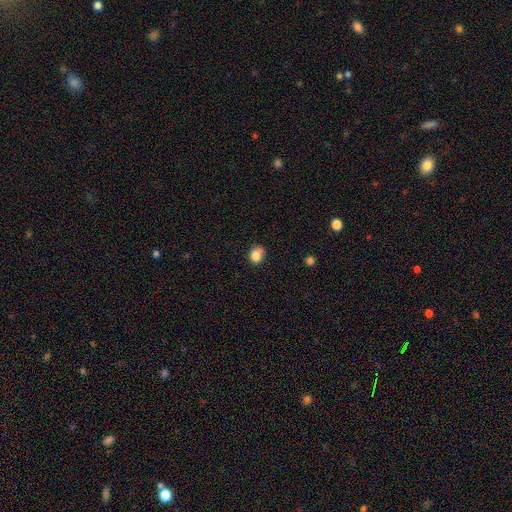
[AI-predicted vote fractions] smooth-or-featured: smooth: 83% | star or artifact: 11% | featured or disk: 7%
  how-rounded: round: 67% | in between: 32% | cigar-shaped: 1%
  merging: none: 65% | minor disturbance: 26% | major disturbance: 6% | merger: 4%